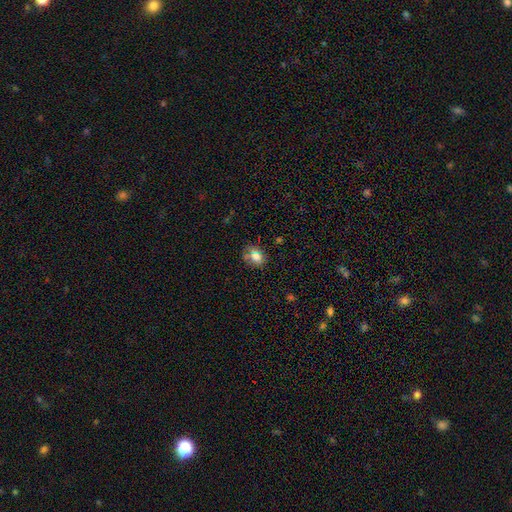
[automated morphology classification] smooth_or_featured: smooth (p=0.75) [alt: featured or disk p=0.13]
how_rounded: in between (p=0.57) [alt: round p=0.41]
merging: none (p=0.64) [alt: minor disturbance p=0.21]